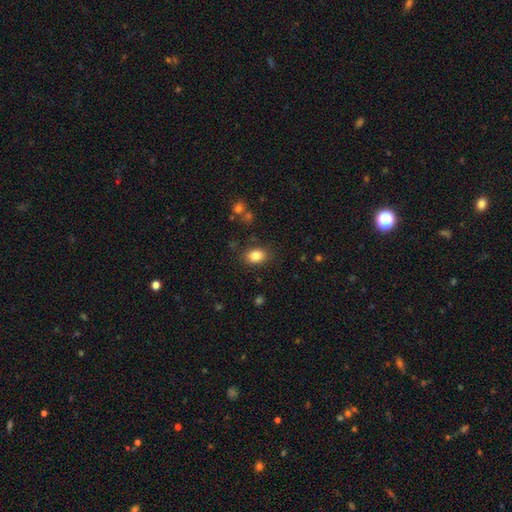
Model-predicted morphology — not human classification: A smooth galaxy with no disk features (84%) that is in between round and cigar-shaped (76%). Merging: none (82%).